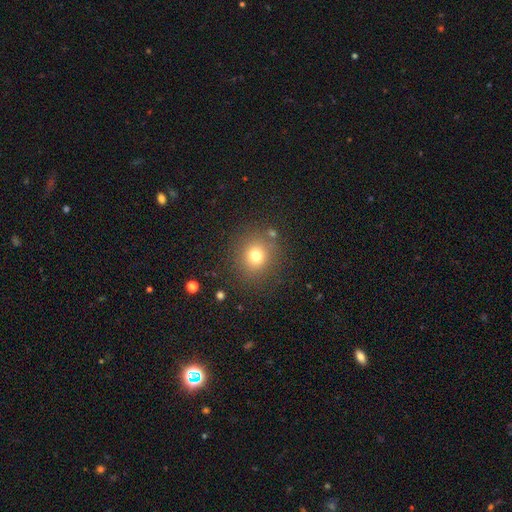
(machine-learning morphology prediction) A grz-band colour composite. It shows a smooth galaxy with no disk features (74%) that is round (88%). Merging: none (84%).